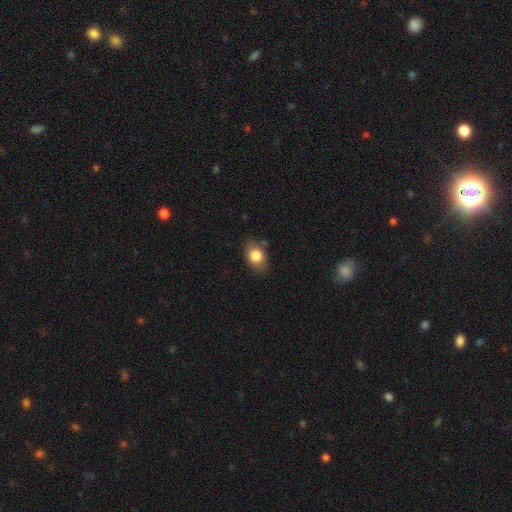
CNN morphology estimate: smooth 82%, featured or disk 10%, star or artifact 8%. Down the decision tree: how rounded — in between (76%); merging — none (76%).